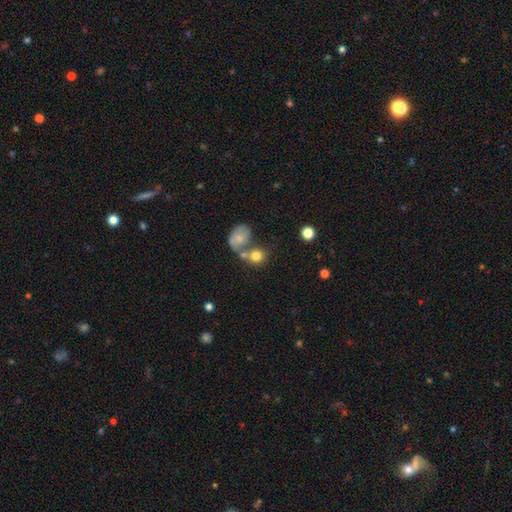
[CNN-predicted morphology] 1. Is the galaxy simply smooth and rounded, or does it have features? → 77% smooth, 13% featured or disk, 10% star or artifact.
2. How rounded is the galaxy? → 74% round, 25% in between, 1% cigar-shaped.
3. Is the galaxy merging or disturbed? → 43% merger, 40% none, 11% minor disturbance, 6% major disturbance.